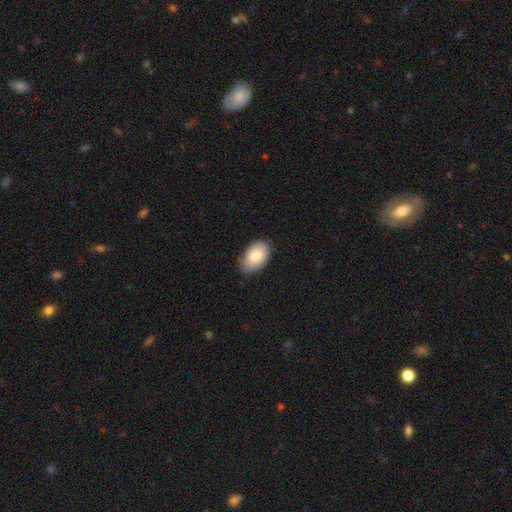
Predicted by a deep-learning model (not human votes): This appears to be a smooth galaxy with no disk features (83%) that is in between round and cigar-shaped (94%). Merging: none (84%).